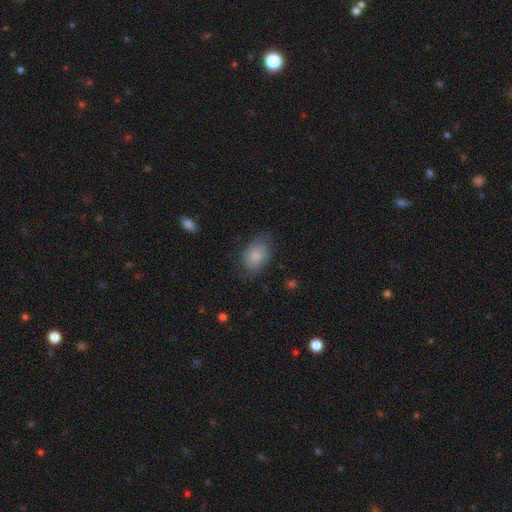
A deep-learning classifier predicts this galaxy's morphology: Q: Smooth or featured?
A: smooth (74%); runner-up: featured or disk (19%)
Q: How rounded?
A: in between (84%); runner-up: round (15%)
Q: Merging?
A: none (65%); runner-up: minor disturbance (25%)